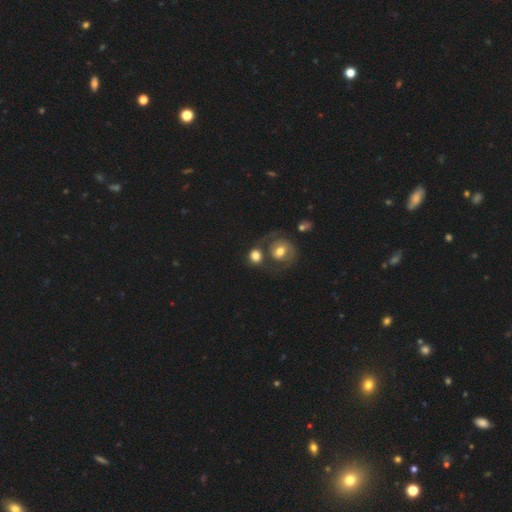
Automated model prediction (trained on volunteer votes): The model was most divided on "merging": none: 43%, merger: 34%, minor disturbance: 13%, major disturbance: 10%. More confident: how rounded — round (77%); smooth or featured — smooth (69%).